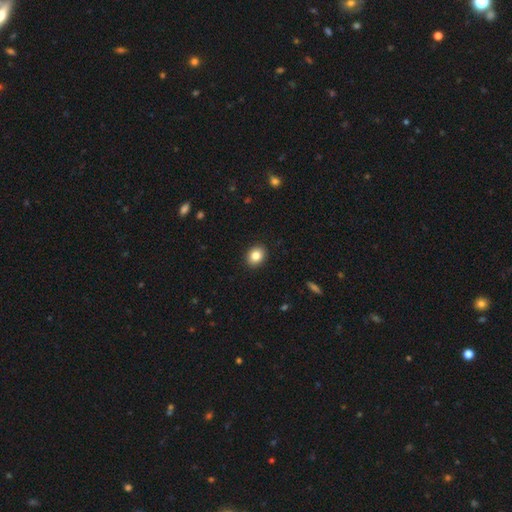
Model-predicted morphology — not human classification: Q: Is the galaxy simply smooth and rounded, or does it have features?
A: smooth — 84%.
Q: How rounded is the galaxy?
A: in between — 50%.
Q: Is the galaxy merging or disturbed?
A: none — 91%.